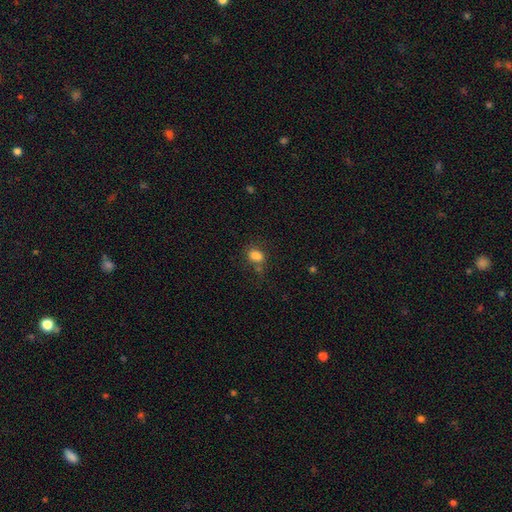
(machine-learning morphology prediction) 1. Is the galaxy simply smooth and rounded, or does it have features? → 80% smooth, 12% star or artifact, 7% featured or disk.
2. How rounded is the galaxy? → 66% in between, 32% round, 2% cigar-shaped.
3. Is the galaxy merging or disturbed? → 52% none, 20% merger, 19% minor disturbance, 9% major disturbance.